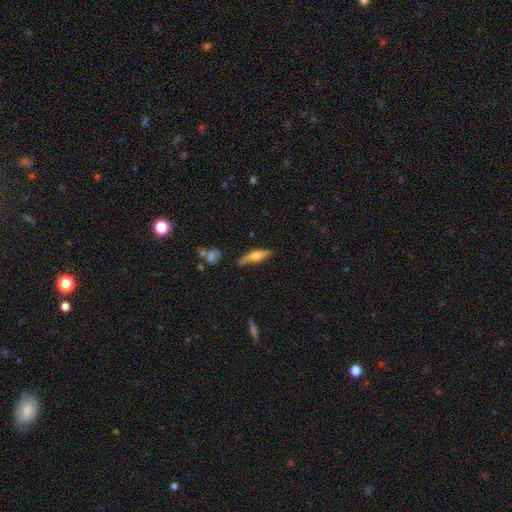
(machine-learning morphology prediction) The model was most divided on "smooth or featured": smooth: 54%, featured or disk: 40%, star or artifact: 6%. More confident: merging — none (70%); how rounded — cigar-shaped (68%).